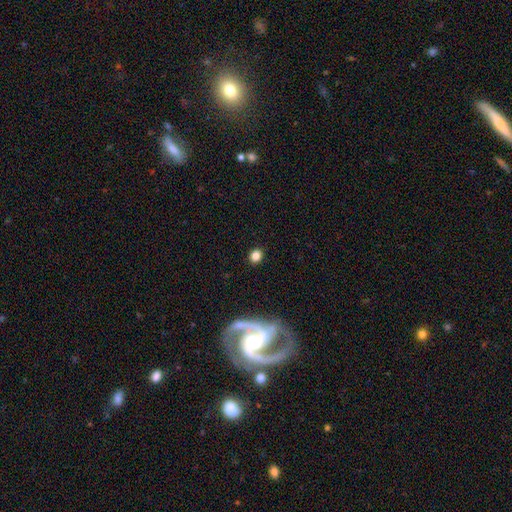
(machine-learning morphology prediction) The model was most divided on "how rounded": round: 58%, in between: 40%, cigar-shaped: 2%. More confident: merging — none (89%); smooth or featured — smooth (82%).